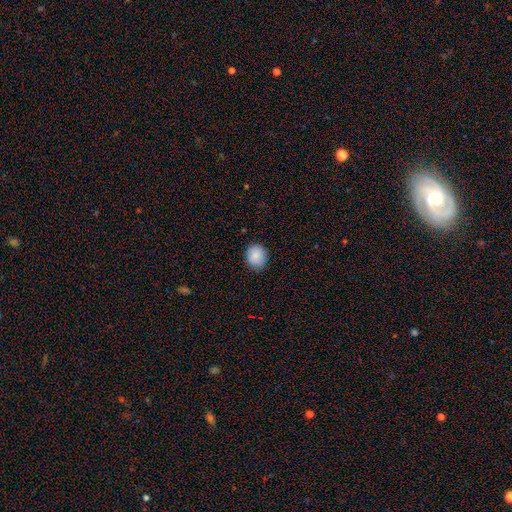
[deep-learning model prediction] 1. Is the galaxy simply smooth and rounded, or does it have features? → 88% smooth, 8% star or artifact, 4% featured or disk.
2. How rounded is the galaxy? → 73% round, 27% in between, 1% cigar-shaped.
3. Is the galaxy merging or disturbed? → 85% none, 12% minor disturbance, 2% major disturbance, 1% merger.